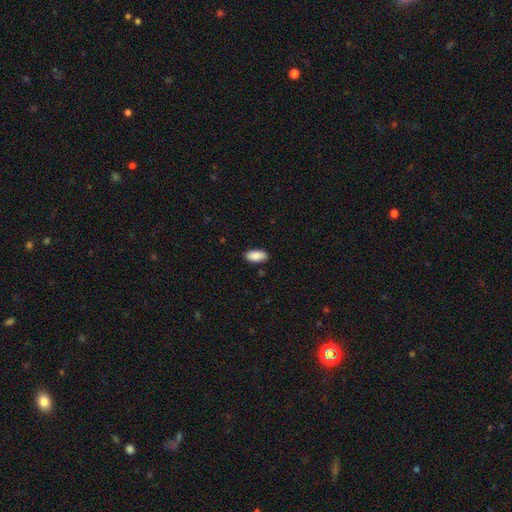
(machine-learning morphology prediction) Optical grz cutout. It shows a smooth galaxy with no disk features (89%) that is in between round and cigar-shaped (92%). Merging: none (86%).